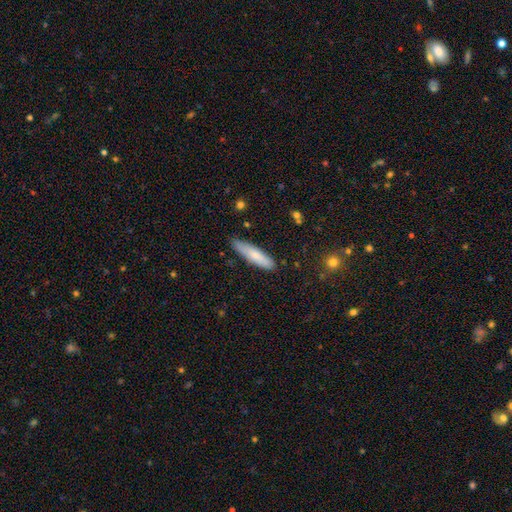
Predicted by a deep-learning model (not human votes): Smooth or featured? Predicted: smooth (p=0.75). How rounded? Predicted: cigar-shaped (p=0.78). Merging? Predicted: none (p=0.83).